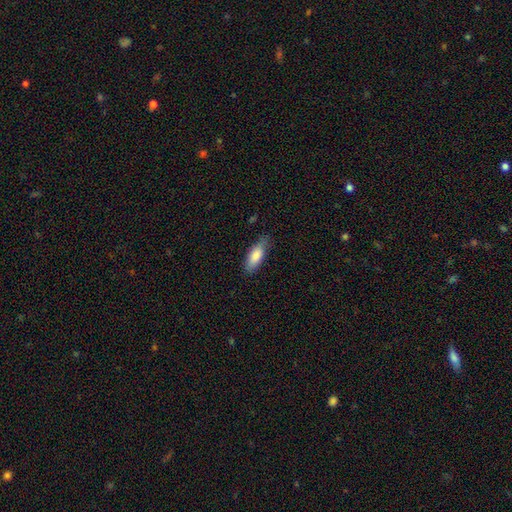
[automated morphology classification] A smooth galaxy with no disk features (83%) that is in between round and cigar-shaped (69%). Merging: none (76%).